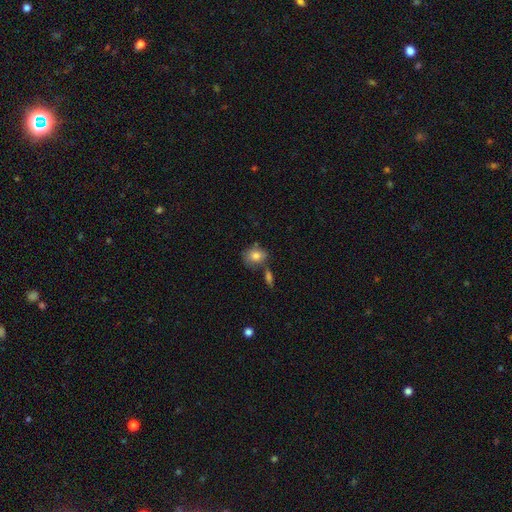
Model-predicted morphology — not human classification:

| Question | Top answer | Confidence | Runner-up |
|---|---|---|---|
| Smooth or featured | smooth | 81% | featured or disk (11%) |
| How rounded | in between | 56% | round (42%) |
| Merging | none | 59% | minor disturbance (19%) |